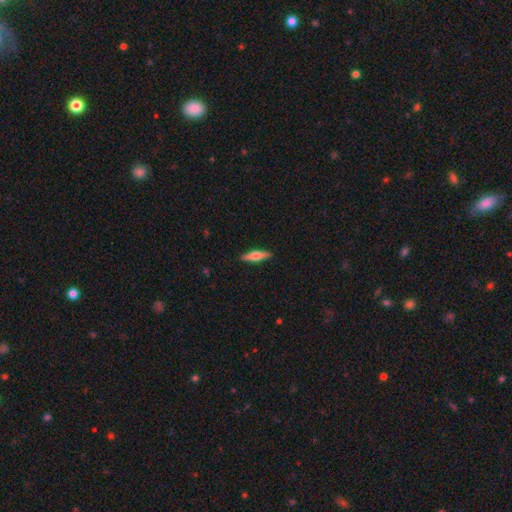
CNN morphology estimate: Smooth or featured? smooth (49%)
Merging? none (90%)